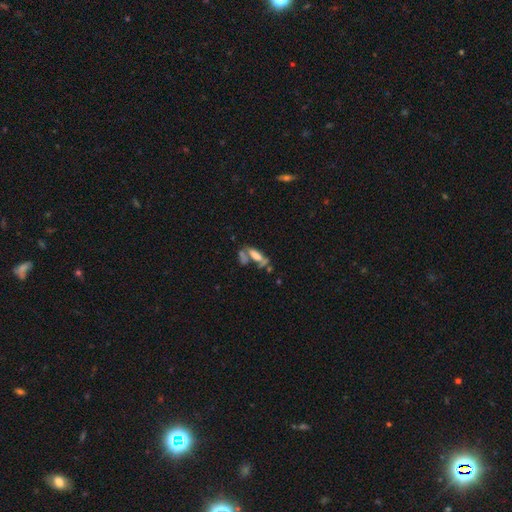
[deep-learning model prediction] Overall: smooth (54%; featured or disk 33%). How rounded: in between (63%; cigar-shaped 34%). Merging: merger (40%; none 32%).